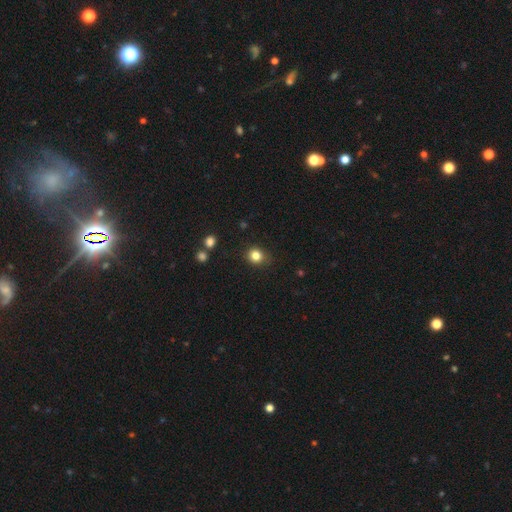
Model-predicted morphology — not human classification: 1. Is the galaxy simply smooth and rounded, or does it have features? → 83% smooth, 12% star or artifact, 5% featured or disk.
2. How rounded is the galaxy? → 79% round, 20% in between, 1% cigar-shaped.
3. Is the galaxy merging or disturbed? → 83% none, 12% minor disturbance, 3% major disturbance, 2% merger.